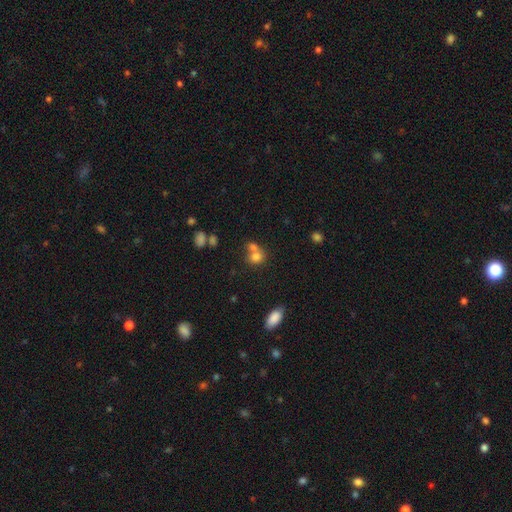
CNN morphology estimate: smooth 76%, star or artifact 13%, featured or disk 11%. Down the decision tree: how rounded — round (67%); merging — merger (51%).